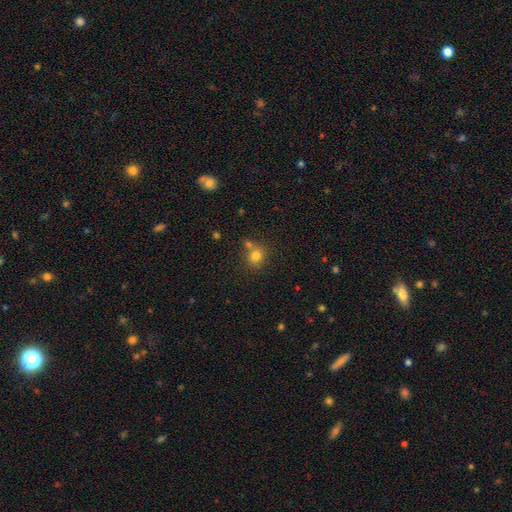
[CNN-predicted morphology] A smooth galaxy with no disk features (78%) that is round (76%). Merging: none (60%).